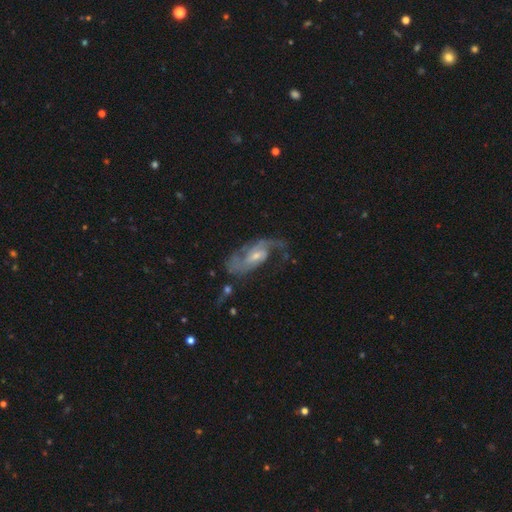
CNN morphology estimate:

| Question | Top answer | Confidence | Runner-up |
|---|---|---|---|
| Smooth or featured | featured or disk | 84% | smooth (10%) |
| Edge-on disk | no | 94% | yes (6%) |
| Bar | no | 45% | weak (43%) |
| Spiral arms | yes | 94% | no (6%) |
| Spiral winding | medium | 46% | loose (35%) |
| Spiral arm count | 2 | 71% | 1 (12%) |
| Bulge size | small | 57% | moderate (35%) |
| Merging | none | 54% | major disturbance (22%) |